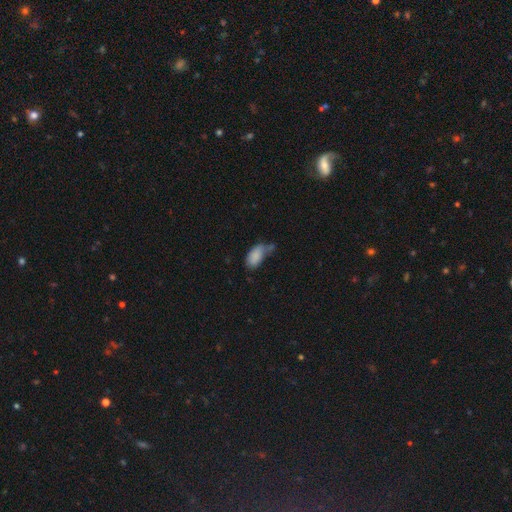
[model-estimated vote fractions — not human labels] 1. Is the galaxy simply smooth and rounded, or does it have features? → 84% smooth, 8% star or artifact, 8% featured or disk.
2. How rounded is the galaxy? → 93% in between, 4% round, 3% cigar-shaped.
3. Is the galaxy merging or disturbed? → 36% none, 31% minor disturbance, 19% merger, 15% major disturbance.